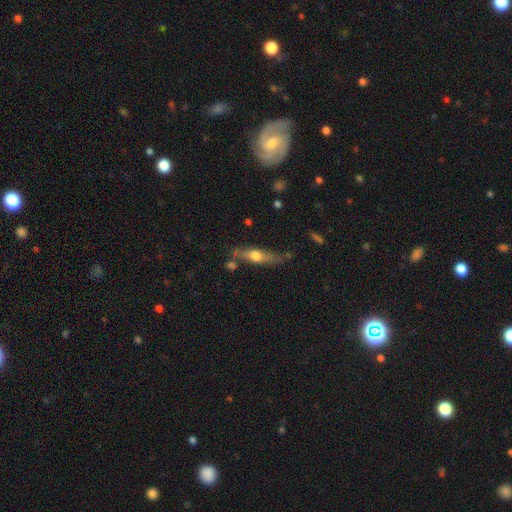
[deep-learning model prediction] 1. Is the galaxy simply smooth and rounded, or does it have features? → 49% featured or disk, 44% smooth, 7% star or artifact.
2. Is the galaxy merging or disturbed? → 64% none, 21% minor disturbance, 8% merger, 6% major disturbance.